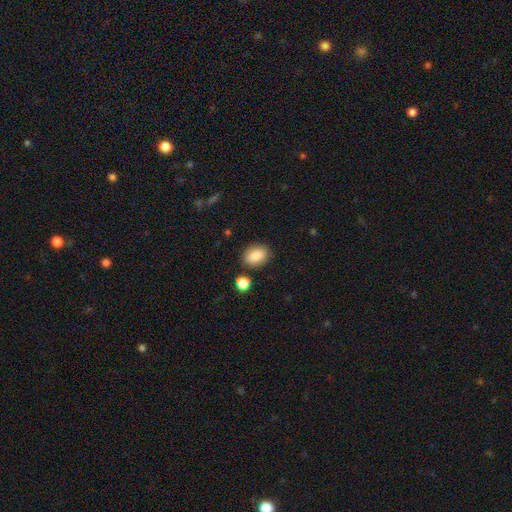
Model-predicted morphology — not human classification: This appears to be a smooth galaxy with no disk features (86%) that is in between round and cigar-shaped (78%). Merging: none (82%).